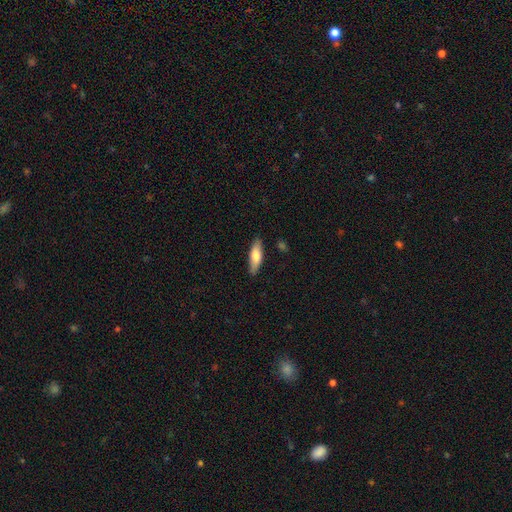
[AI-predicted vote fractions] Overall: smooth (71%). How rounded: cigar-shaped (51%; in between 47%). Merging: none (86%).